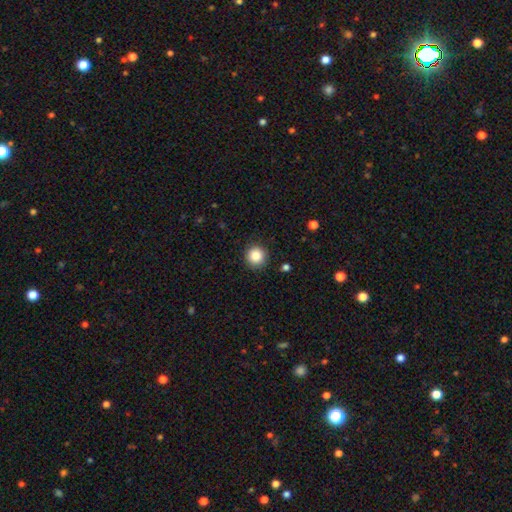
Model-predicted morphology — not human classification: Smooth or featured? Predicted: smooth (p=0.87). How rounded? Predicted: round (p=0.94). Merging? Predicted: none (p=0.90).